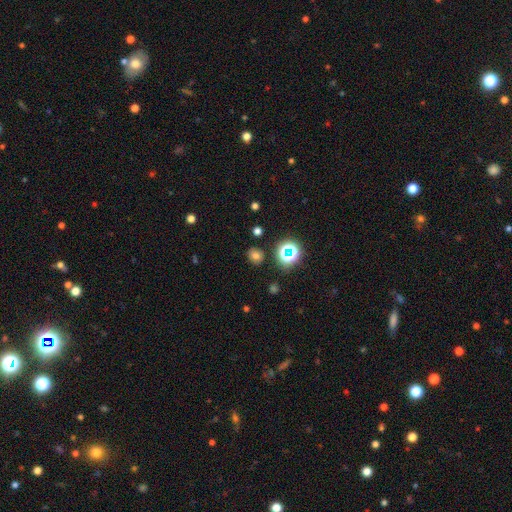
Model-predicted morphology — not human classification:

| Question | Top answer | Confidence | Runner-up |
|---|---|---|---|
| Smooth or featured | smooth | 67% | star or artifact (25%) |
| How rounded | round | 72% | in between (27%) |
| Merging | none | 85% | minor disturbance (9%) |